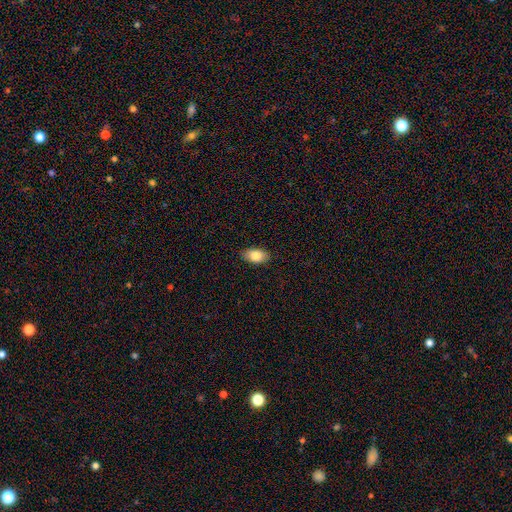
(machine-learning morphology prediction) Smooth or featured? smooth (85%)
How rounded? in between (93%)
Merging? none (88%)